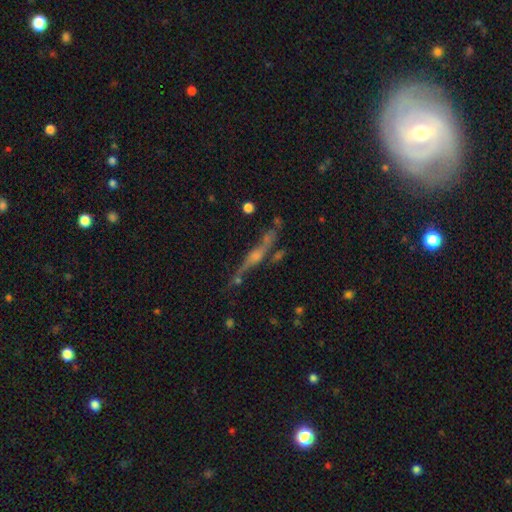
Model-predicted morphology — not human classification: Smooth or featured: featured or disk — 72% (smooth — 14%)
Edge-on disk: yes — 87% (no — 13%)
Edge-on bulge: rounded — 75% (none — 14%)
Merging: none — 65% (minor disturbance — 17%)